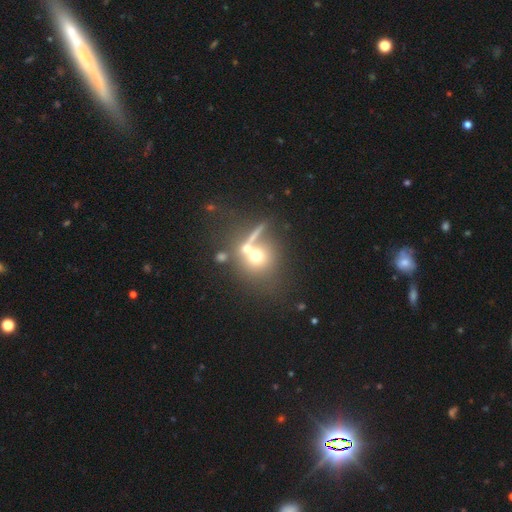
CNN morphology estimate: A smooth galaxy with no disk features (60%) that is round (83%).

Vote fractions:
- Smooth or featured? smooth: 60% / featured or disk: 24% / star or artifact: 16%
- How rounded? round: 83% / in between: 15% / cigar-shaped: 2%
- Merging? none: 41% / merger: 40% / major disturbance: 10% / minor disturbance: 9%